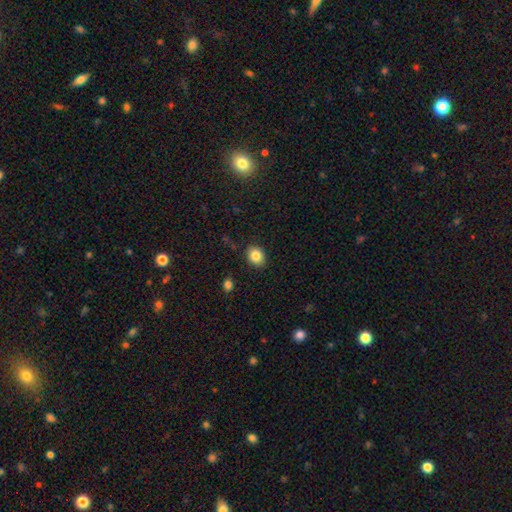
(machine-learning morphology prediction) This is clearly a smooth galaxy (85%). How rounded: possibly in between (53%). Merging: clearly none (87%).